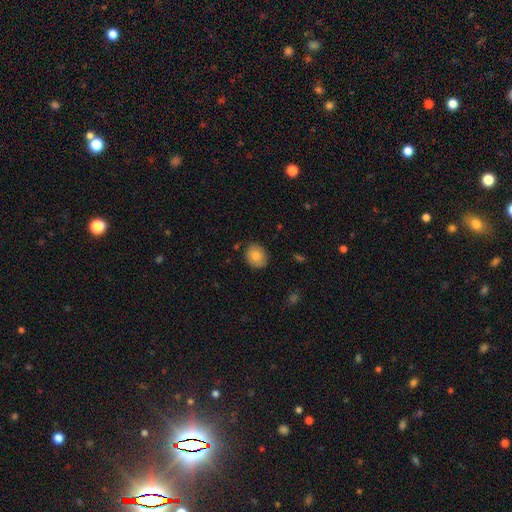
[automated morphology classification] A smooth galaxy with no disk features (84%) that is round (54%).

Vote fractions:
- Smooth or featured? smooth: 84% / featured or disk: 9% / star or artifact: 8%
- How rounded? round: 54% / in between: 45% / cigar-shaped: 1%
- Merging? none: 83% / minor disturbance: 13% / major disturbance: 3% / merger: 1%